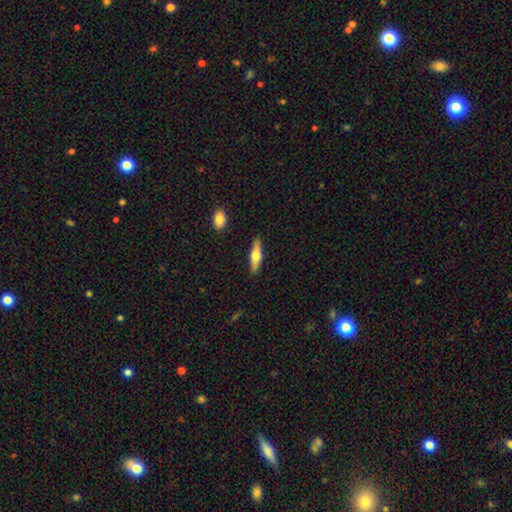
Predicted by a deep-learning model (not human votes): Smooth or featured?
  - smooth: 49% *
  - featured or disk: 45%
  - star or artifact: 6%
Merging?
  - none: 88% *
  - minor disturbance: 8%
  - major disturbance: 2%
  - merger: 2%